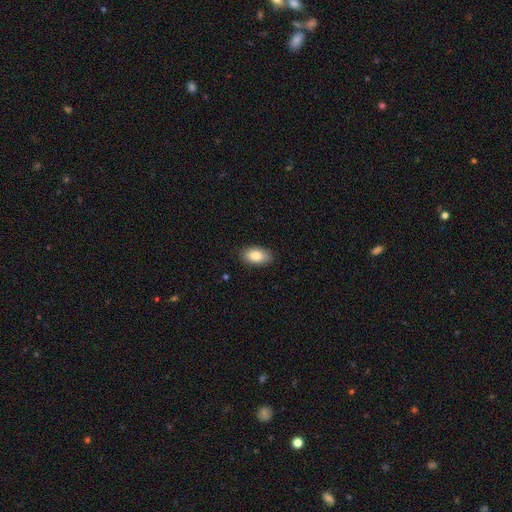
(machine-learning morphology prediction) smooth 84%, featured or disk 9%, star or artifact 7%. Down the decision tree: how rounded — in between (93%); merging — none (87%).